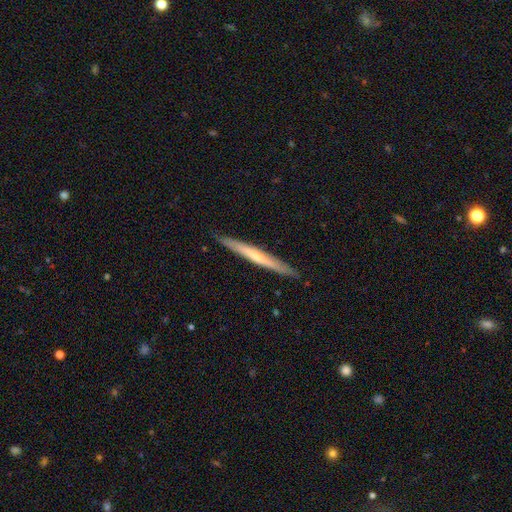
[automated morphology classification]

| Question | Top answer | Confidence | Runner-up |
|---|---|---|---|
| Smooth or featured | featured or disk | 51% | smooth (44%) |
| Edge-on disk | yes | 95% | no (5%) |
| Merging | none | 89% | minor disturbance (8%) |